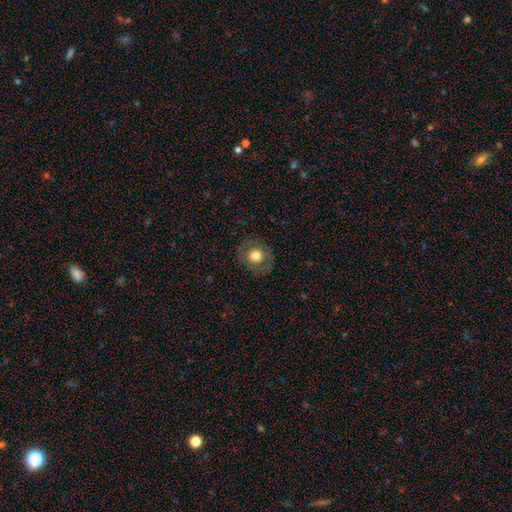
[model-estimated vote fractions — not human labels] smooth-or-featured: smooth: 66% | featured or disk: 25% | star or artifact: 9%
  how-rounded: round: 76% | in between: 23% | cigar-shaped: 1%
  merging: none: 84% | minor disturbance: 10% | major disturbance: 4% | merger: 1%